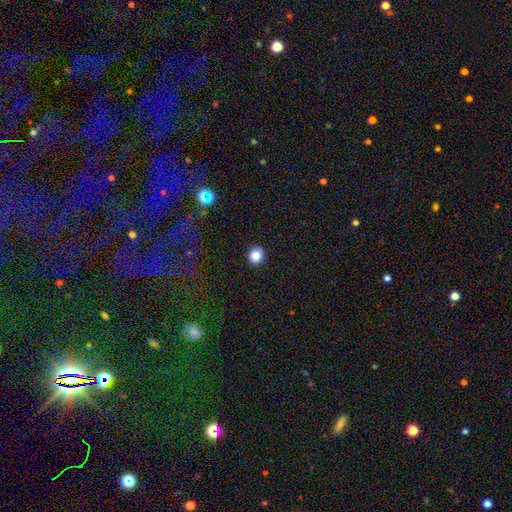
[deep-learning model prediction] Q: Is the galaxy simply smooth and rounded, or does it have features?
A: smooth — 85%.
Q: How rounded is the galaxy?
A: round — 83%.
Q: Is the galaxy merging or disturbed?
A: none — 91%.